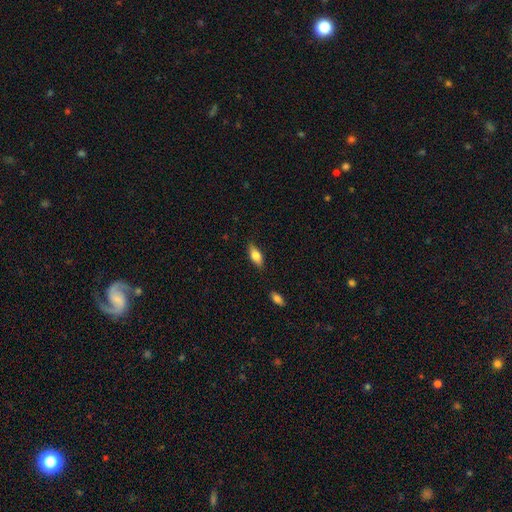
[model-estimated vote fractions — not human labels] Smooth or featured? smooth (74%)
How rounded? in between (79%)
Merging? none (84%)